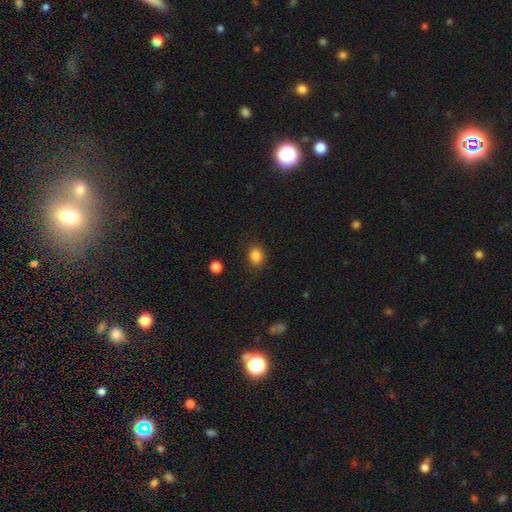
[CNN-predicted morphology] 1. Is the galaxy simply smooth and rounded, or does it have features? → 85% smooth, 11% star or artifact, 4% featured or disk.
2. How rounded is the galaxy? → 53% round, 46% in between, 1% cigar-shaped.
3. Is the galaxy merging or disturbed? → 86% none, 10% minor disturbance, 3% major disturbance, 2% merger.